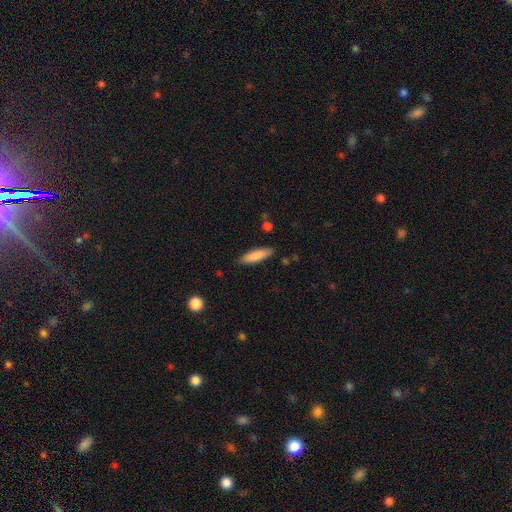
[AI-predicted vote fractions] smooth 84%, featured or disk 10%, star or artifact 6%. Down the decision tree: how rounded — cigar-shaped (66%); merging — none (87%).